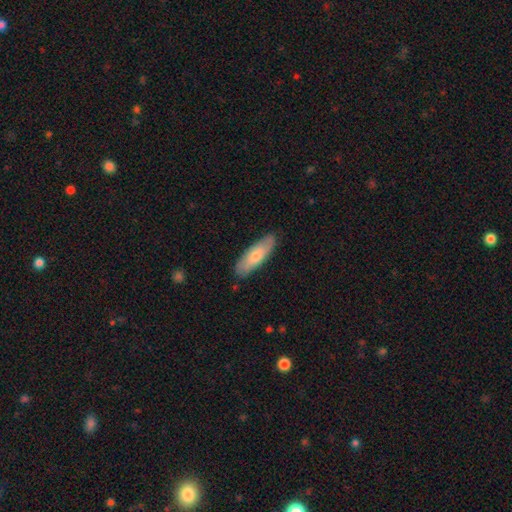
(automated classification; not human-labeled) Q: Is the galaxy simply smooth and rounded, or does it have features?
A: smooth — 69%.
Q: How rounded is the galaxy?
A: in between — 51%.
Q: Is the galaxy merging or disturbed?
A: none — 85%.